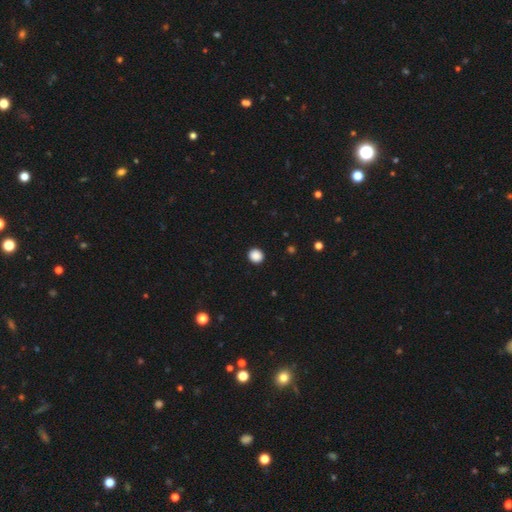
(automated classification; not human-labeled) smooth 88%, star or artifact 9%, featured or disk 2%. Down the decision tree: how rounded — round (88%); merging — none (93%).